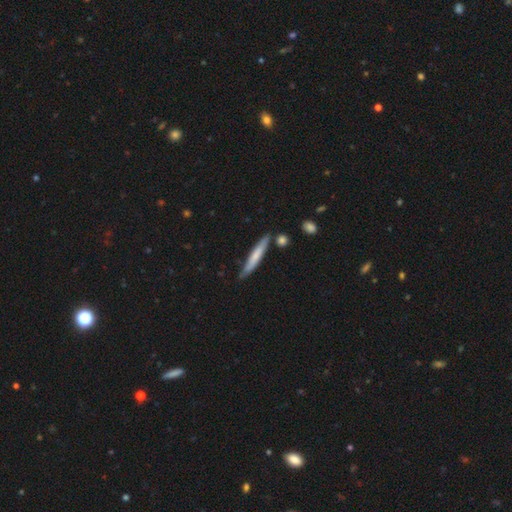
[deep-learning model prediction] Morphology: type=smooth (61%); roundness=cigar-shaped (93%); merging=none (77%).